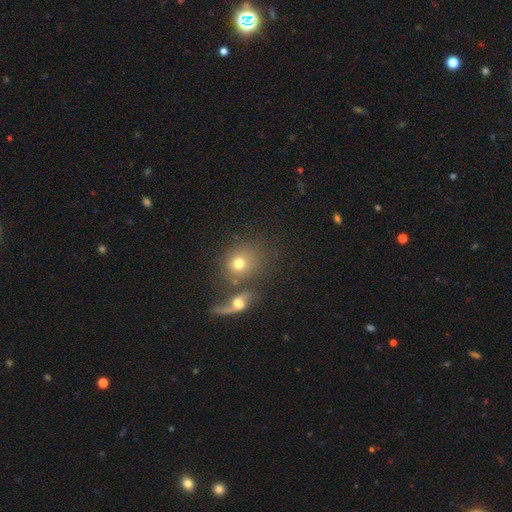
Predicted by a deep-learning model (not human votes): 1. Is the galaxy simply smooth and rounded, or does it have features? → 59% smooth, 22% featured or disk, 19% star or artifact.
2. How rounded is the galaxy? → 73% round, 25% in between, 2% cigar-shaped.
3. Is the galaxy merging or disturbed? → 49% none, 36% merger, 9% minor disturbance, 6% major disturbance.